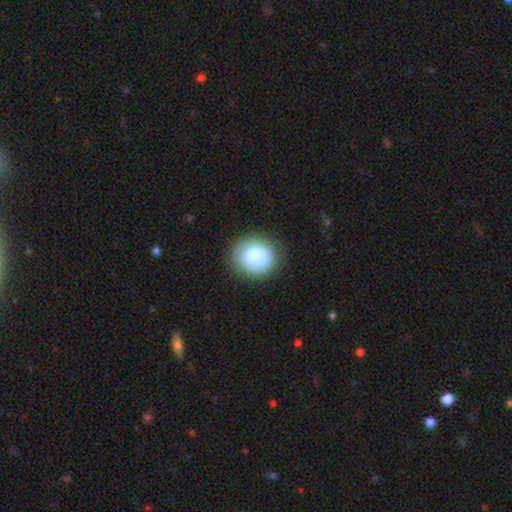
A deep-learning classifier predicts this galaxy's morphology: A smooth galaxy with no disk features (71%) that is round (81%). Merging: none (59%).